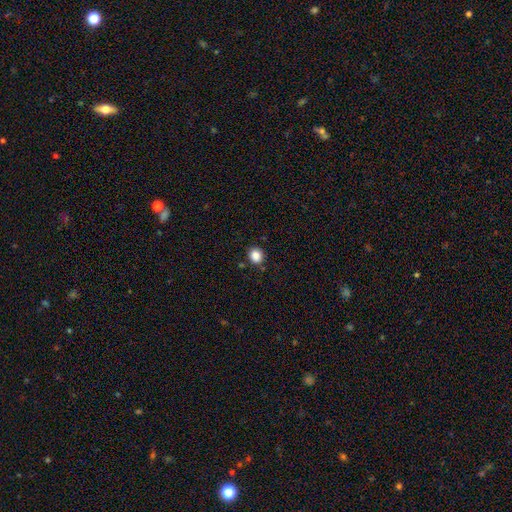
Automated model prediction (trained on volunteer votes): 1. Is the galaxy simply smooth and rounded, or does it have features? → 87% smooth, 10% star or artifact, 3% featured or disk.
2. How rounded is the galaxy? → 75% round, 24% in between, 1% cigar-shaped.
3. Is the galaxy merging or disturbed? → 86% none, 9% minor disturbance, 3% merger, 2% major disturbance.